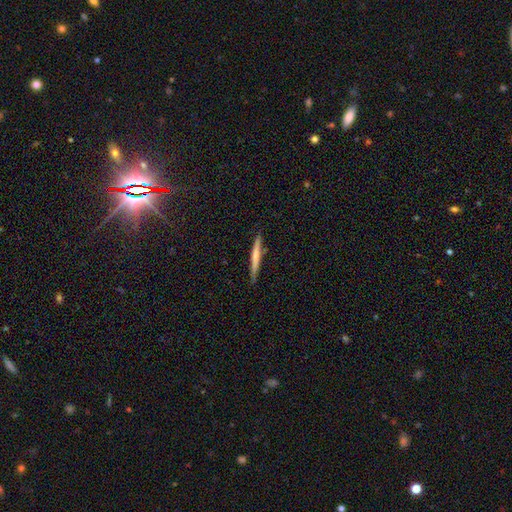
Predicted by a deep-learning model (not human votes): Morphology: type=smooth (53%); roundness=cigar-shaped (96%); merging=none (86%).